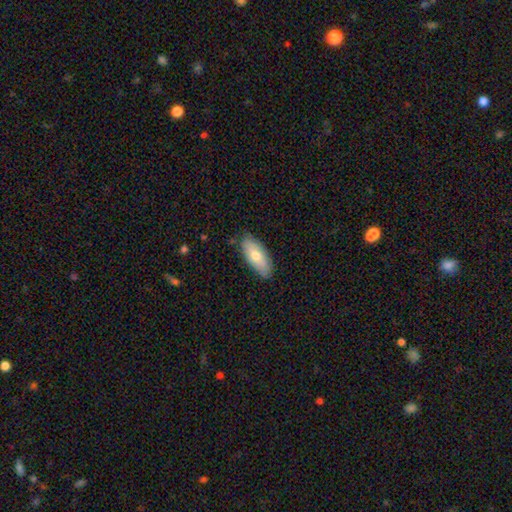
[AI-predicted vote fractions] Morphology: type=smooth (70%); roundness=in between (83%); merging=none (83%).